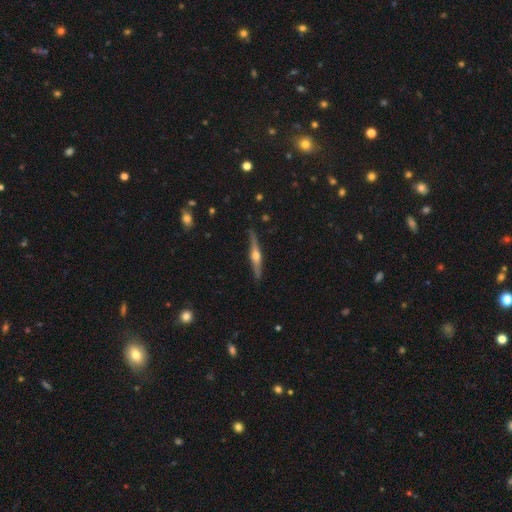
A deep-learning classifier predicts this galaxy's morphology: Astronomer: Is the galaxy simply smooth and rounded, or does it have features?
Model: featured or disk — 75%.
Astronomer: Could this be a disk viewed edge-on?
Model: yes — 98%.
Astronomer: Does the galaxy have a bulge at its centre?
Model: rounded — 93%.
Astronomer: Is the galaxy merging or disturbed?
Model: none — 87%.